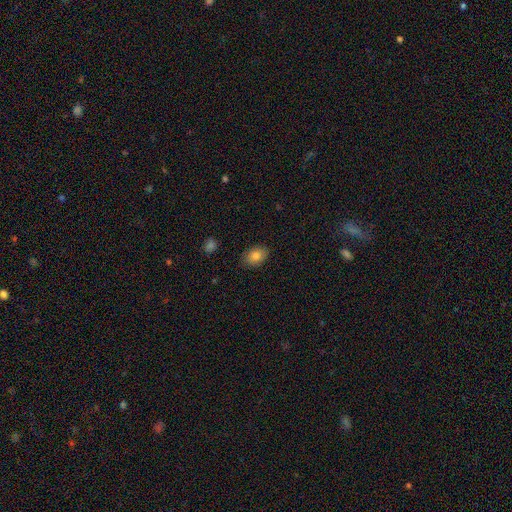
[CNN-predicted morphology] This appears to be a smooth galaxy with no disk features (82%) that is in between round and cigar-shaped (83%). Merging: none (86%).